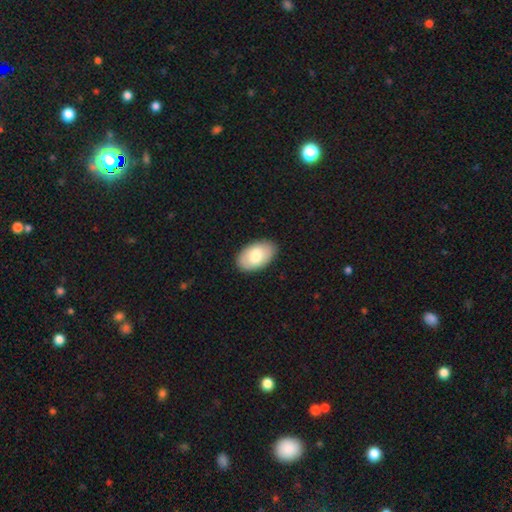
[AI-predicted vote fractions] This is likely a smooth galaxy (78%). How rounded: clearly in between (94%). Merging: clearly none (88%).